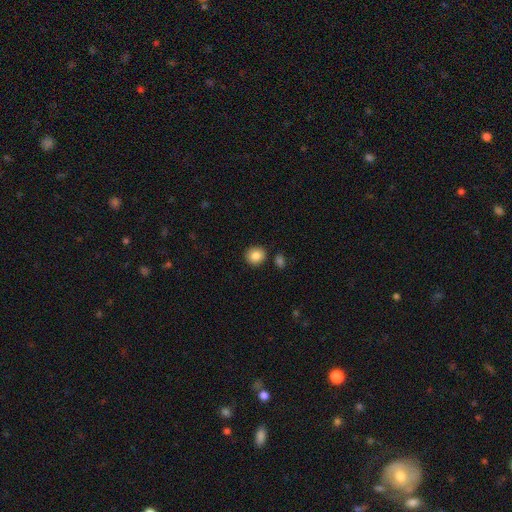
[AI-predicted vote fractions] A smooth galaxy with no disk features (86%) that is round (84%). Merging: none (87%).